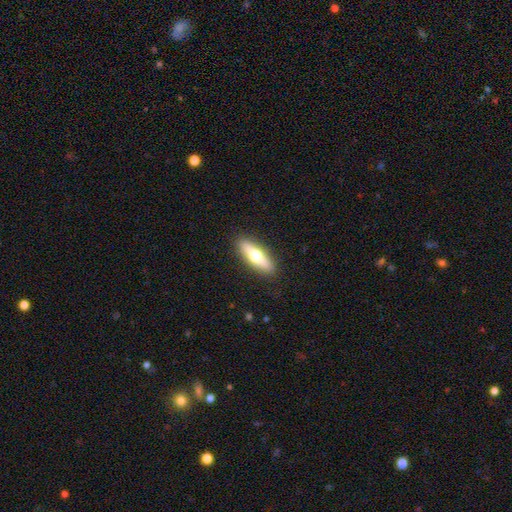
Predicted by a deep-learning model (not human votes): A smooth galaxy with no disk features (55%) that is cigar-shaped (56%).

Vote fractions:
- Smooth or featured? smooth: 55% / featured or disk: 39% / star or artifact: 6%
- How rounded? cigar-shaped: 56% / in between: 42% / round: 3%
- Merging? none: 89% / minor disturbance: 8% / major disturbance: 2% / merger: 1%